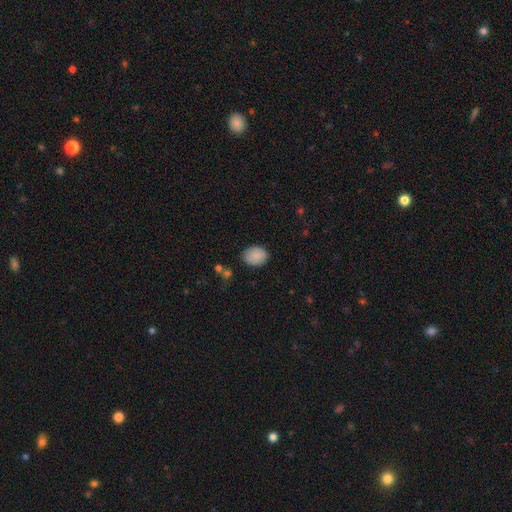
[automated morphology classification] Smooth or featured? smooth (87%)
How rounded? in between (71%)
Merging? none (84%)